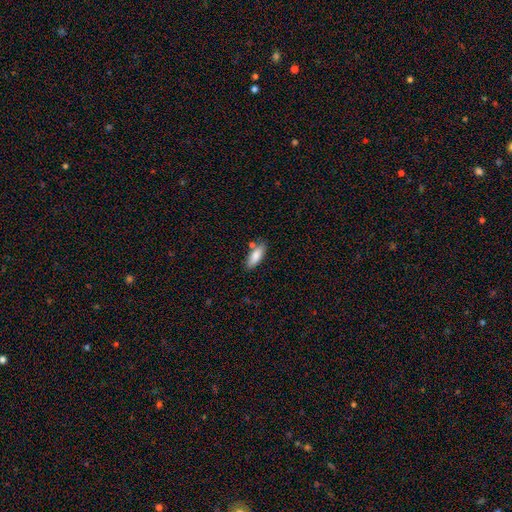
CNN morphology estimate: Smooth or featured?
  - smooth: 85% *
  - featured or disk: 9%
  - star or artifact: 6%
How rounded?
  - in between: 69% *
  - cigar-shaped: 29%
  - round: 2%
Merging?
  - none: 75% *
  - minor disturbance: 14%
  - merger: 8%
  - major disturbance: 3%